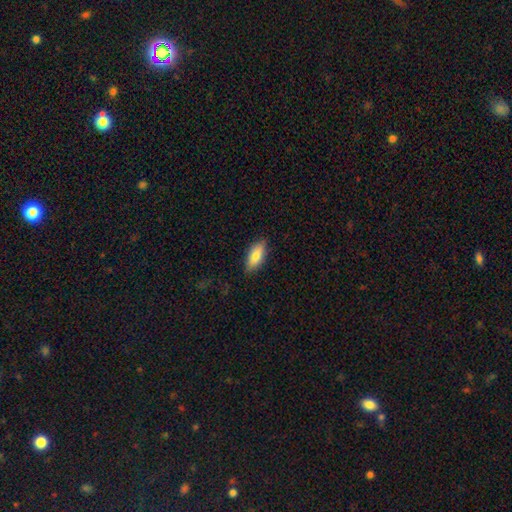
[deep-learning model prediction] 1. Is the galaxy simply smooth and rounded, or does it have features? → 81% smooth, 13% featured or disk, 6% star or artifact.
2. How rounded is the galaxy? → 85% in between, 12% cigar-shaped, 2% round.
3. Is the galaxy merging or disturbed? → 84% none, 13% minor disturbance, 2% major disturbance, 1% merger.